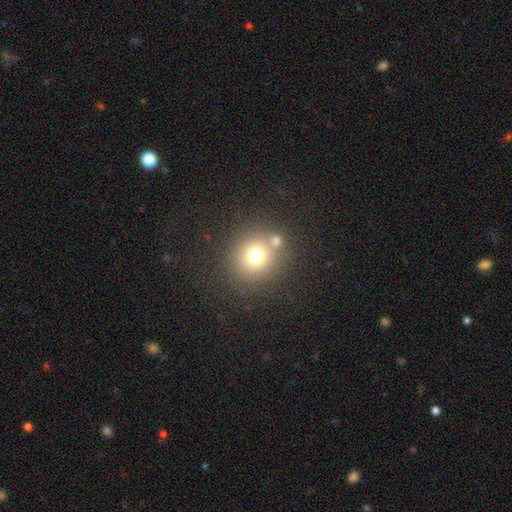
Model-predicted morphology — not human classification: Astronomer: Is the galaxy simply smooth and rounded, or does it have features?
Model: smooth — 72%.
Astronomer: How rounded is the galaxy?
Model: round — 89%.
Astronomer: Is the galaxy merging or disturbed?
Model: none — 72%.